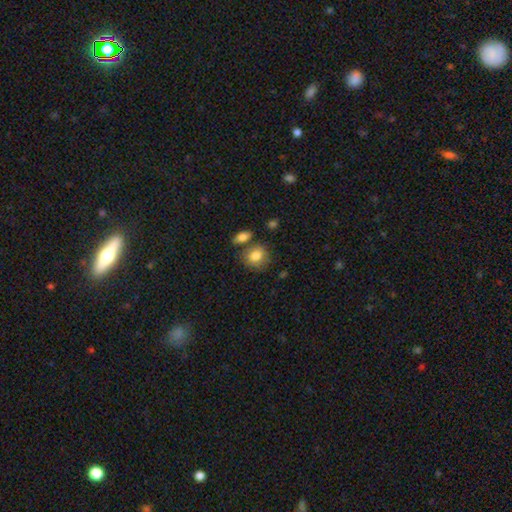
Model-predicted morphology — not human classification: Overall: smooth (82%). How rounded: round (70%). Merging: none (65%).